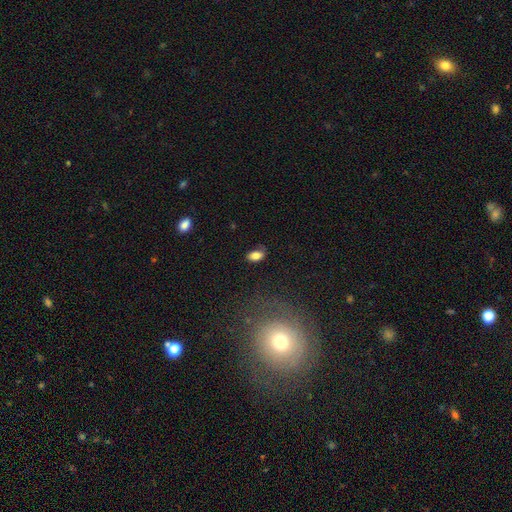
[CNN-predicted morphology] Smooth or featured?
  - smooth: 81% *
  - featured or disk: 9%
  - star or artifact: 9%
How rounded?
  - in between: 91% *
  - round: 7%
  - cigar-shaped: 2%
Merging?
  - none: 73% *
  - minor disturbance: 20%
  - major disturbance: 5%
  - merger: 2%